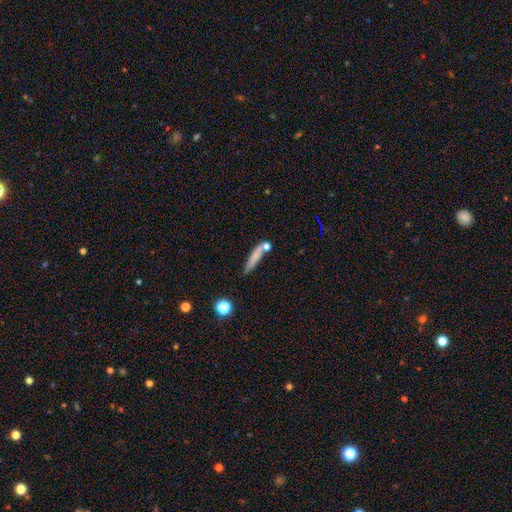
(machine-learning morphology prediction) Smooth or featured: smooth — 71% (featured or disk — 19%)
How rounded: cigar-shaped — 86% (in between — 11%)
Merging: none — 63% (merger — 16%)